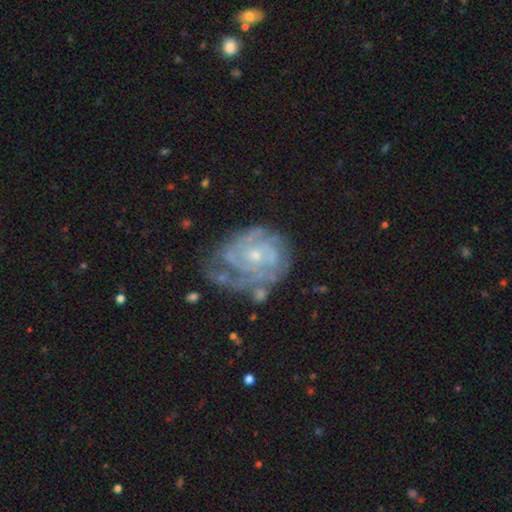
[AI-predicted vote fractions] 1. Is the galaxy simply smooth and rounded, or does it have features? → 83% featured or disk, 9% smooth, 8% star or artifact.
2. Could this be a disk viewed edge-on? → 98% no, 2% yes.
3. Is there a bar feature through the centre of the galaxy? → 75% no, 21% weak, 4% strong.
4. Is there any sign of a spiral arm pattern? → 92% yes, 8% no.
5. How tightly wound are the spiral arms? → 68% tight, 26% medium, 6% loose.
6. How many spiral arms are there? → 36% can't tell, 21% 3, 18% 2, 13% 4, 6% 1, 6% more than 4.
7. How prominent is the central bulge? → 71% small, 24% moderate, 3% none, 1% large, 1% dominant.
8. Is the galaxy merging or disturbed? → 53% none, 24% minor disturbance, 17% major disturbance, 5% merger.